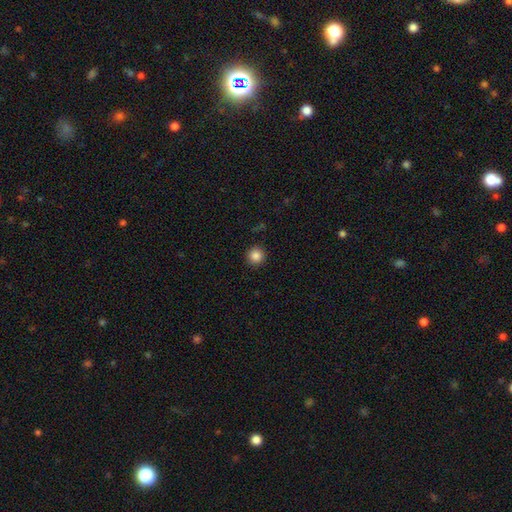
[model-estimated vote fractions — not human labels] Overall: smooth (85%). How rounded: round (95%). Merging: none (92%).